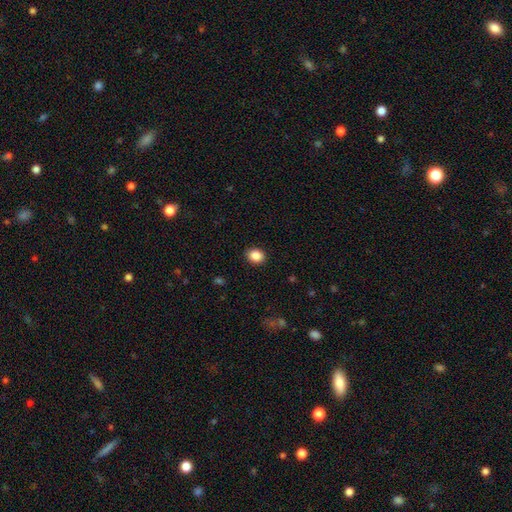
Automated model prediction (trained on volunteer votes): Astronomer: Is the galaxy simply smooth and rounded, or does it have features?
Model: smooth — 87%.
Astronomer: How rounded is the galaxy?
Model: round — 59% (runner-up: in between, 40%).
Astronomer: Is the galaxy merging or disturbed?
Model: none — 90%.